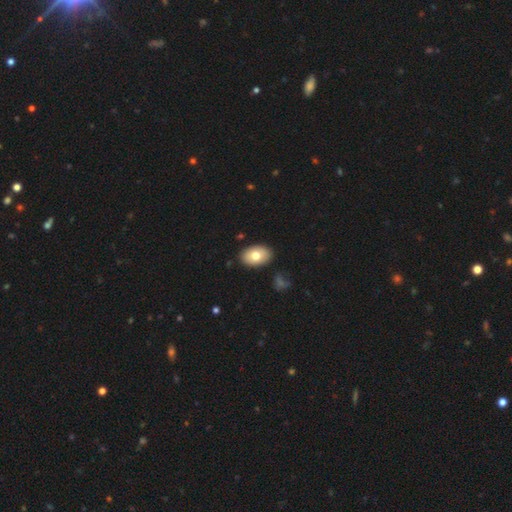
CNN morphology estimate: The model was most divided on "smooth or featured": smooth: 74%, featured or disk: 19%, star or artifact: 7%. More confident: how rounded — in between (89%); merging — none (88%).